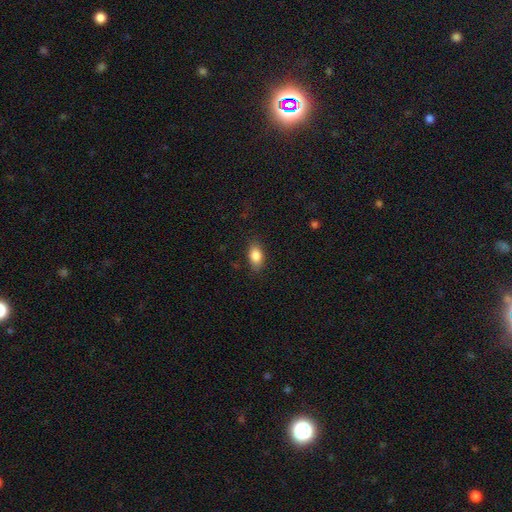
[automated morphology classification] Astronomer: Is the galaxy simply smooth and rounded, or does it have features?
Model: smooth — 86%.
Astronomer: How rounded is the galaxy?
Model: in between — 88%.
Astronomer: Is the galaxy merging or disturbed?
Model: none — 84%.